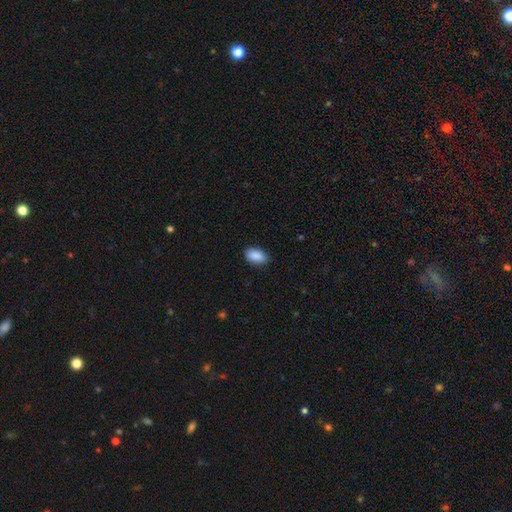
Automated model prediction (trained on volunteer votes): smooth 90%, star or artifact 7%, featured or disk 4%. Down the decision tree: how rounded — in between (92%); merging — none (86%).